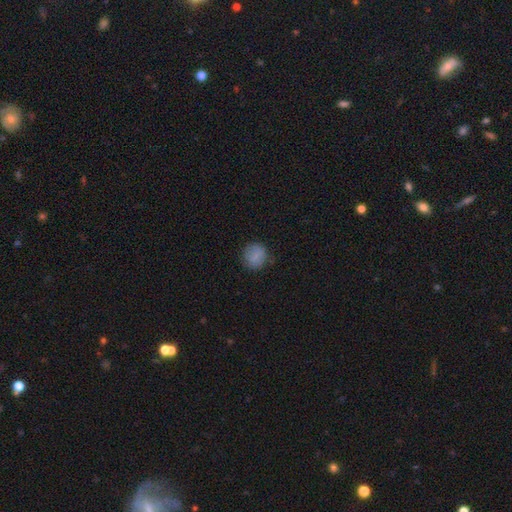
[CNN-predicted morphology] Smooth or featured: smooth — 84% (star or artifact — 9%)
How rounded: round — 86% (in between — 13%)
Merging: none — 79% (minor disturbance — 15%)